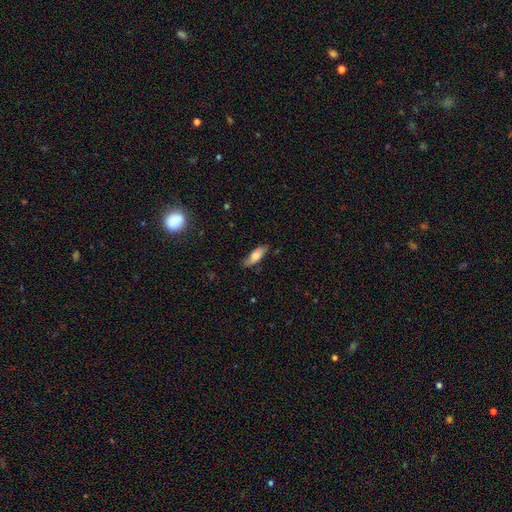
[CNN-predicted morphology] Smooth or featured? smooth (71%)
How rounded? in between (62%)
Merging? none (80%)